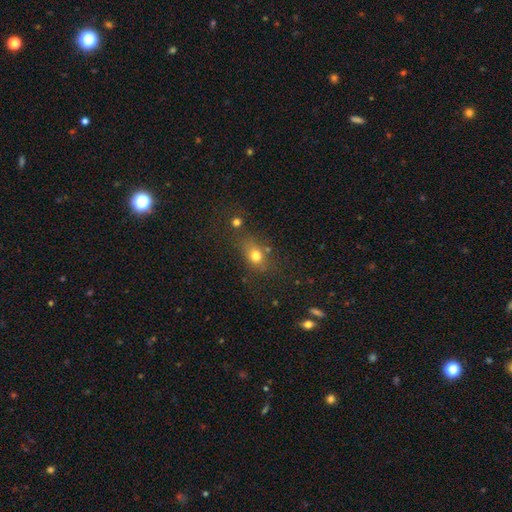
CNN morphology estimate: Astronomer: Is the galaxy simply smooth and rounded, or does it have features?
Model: smooth — 74%.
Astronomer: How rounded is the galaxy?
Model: in between — 55% (runner-up: round, 42%).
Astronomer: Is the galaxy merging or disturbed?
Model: none — 63%.